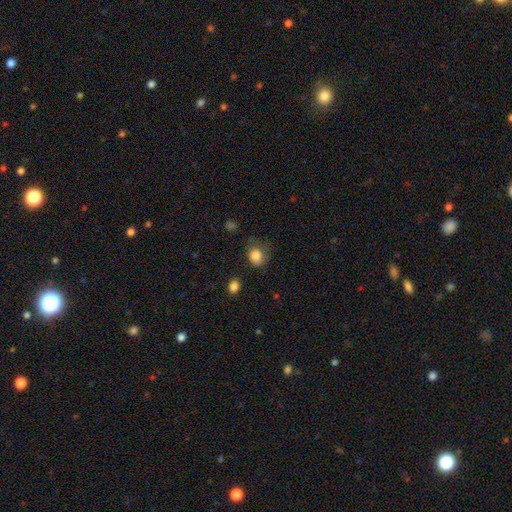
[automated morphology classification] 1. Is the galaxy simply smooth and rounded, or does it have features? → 84% smooth, 10% star or artifact, 6% featured or disk.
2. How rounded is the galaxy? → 59% round, 40% in between, 1% cigar-shaped.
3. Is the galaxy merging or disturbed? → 58% none, 29% minor disturbance, 11% major disturbance, 2% merger.